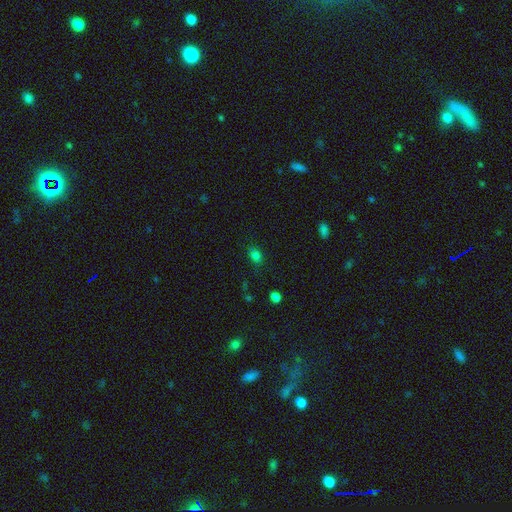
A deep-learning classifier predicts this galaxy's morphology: Smooth or featured? smooth (78%)
How rounded? in between (69%)
Merging? none (80%)